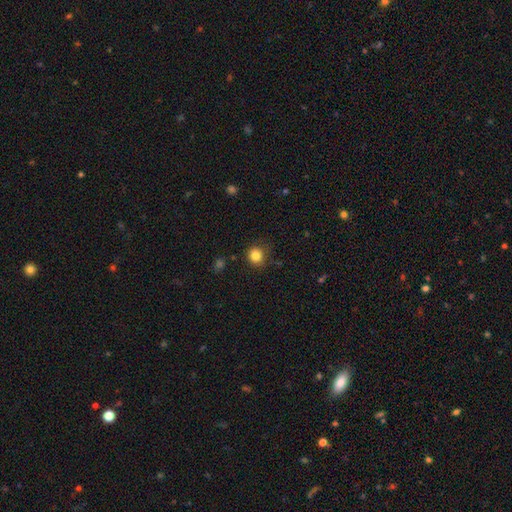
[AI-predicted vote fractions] Smooth or featured: smooth — 84% (star or artifact — 11%)
How rounded: round — 88% (in between — 11%)
Merging: none — 82% (minor disturbance — 13%)